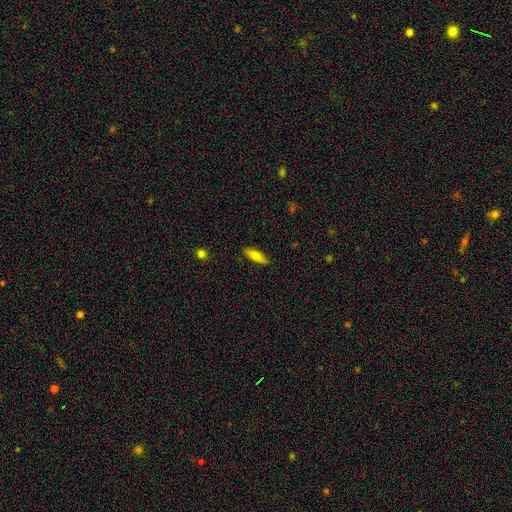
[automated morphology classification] smooth 72%, featured or disk 21%, star or artifact 7%. Down the decision tree: how rounded — cigar-shaped (54%); merging — none (86%).